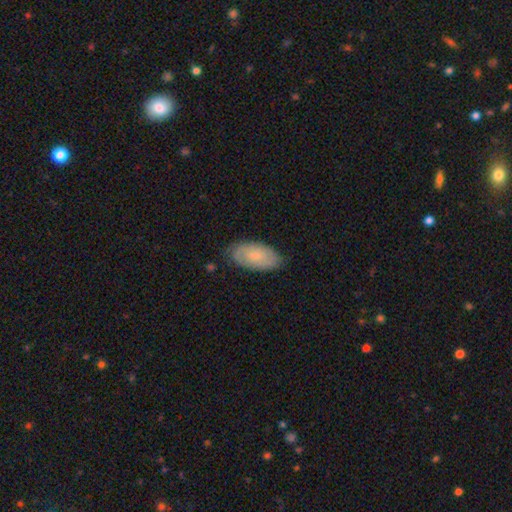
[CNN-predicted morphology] The model was most divided on "smooth or featured": smooth: 50%, featured or disk: 44%, star or artifact: 6%. More confident: how rounded — in between (93%); merging — none (76%).